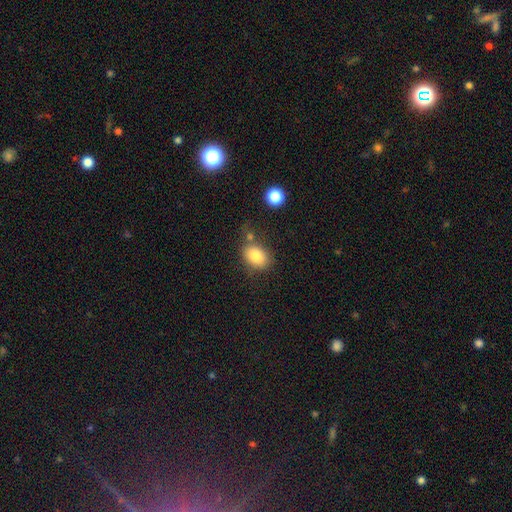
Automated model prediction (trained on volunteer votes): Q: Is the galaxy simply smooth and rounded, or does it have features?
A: smooth — 84%.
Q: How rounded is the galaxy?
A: in between — 72%.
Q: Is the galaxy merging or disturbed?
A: none — 66%.